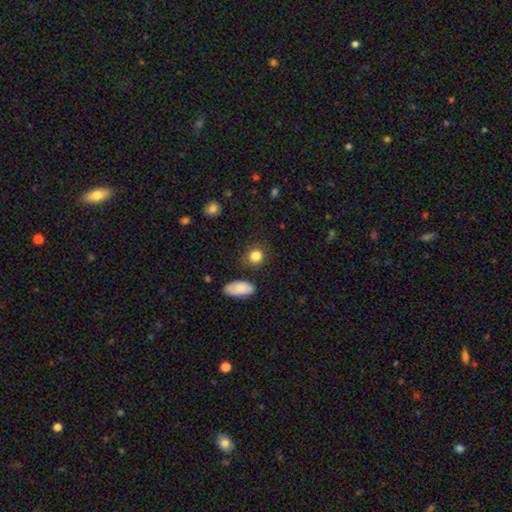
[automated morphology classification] A smooth galaxy with no disk features (86%) that is round (79%). Merging: none (81%).